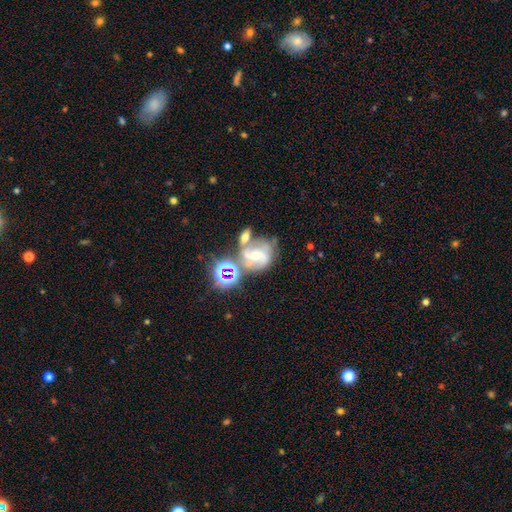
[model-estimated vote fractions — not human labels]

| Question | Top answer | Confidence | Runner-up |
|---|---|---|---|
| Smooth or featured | featured or disk | 58% | star or artifact (23%) |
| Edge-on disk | no | 96% | yes (4%) |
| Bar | no | 45% | weak (33%) |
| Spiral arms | yes | 74% | no (26%) |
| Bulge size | moderate | 52% | small (41%) |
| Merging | none | 37% | merger (36%) |